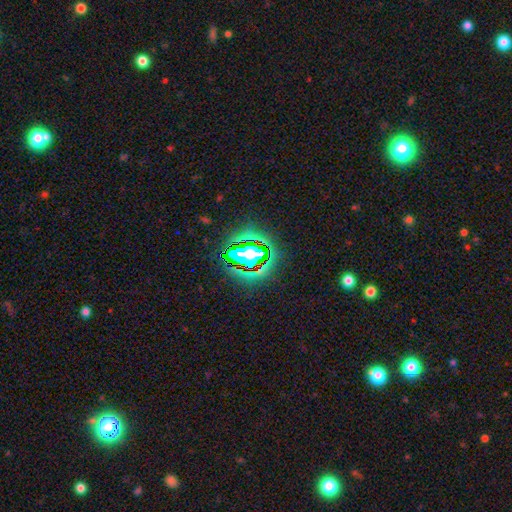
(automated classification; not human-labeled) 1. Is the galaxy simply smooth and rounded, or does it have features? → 81% star or artifact, 12% smooth, 8% featured or disk.